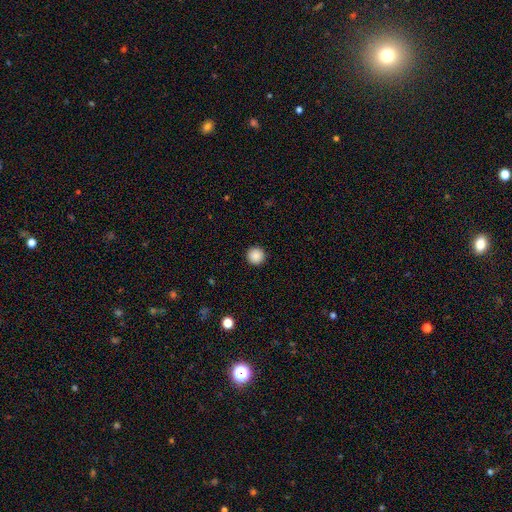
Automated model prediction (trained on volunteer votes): This is clearly a smooth galaxy (88%). How rounded: clearly round (97%). Merging: clearly none (93%).